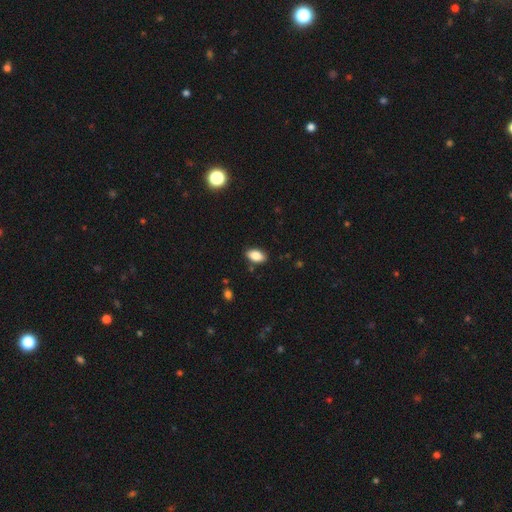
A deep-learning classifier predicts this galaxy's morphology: Smooth or featured?
  - smooth: 86% *
  - star or artifact: 8%
  - featured or disk: 7%
How rounded?
  - in between: 92% *
  - round: 5%
  - cigar-shaped: 3%
Merging?
  - none: 86% *
  - minor disturbance: 10%
  - major disturbance: 2%
  - merger: 1%